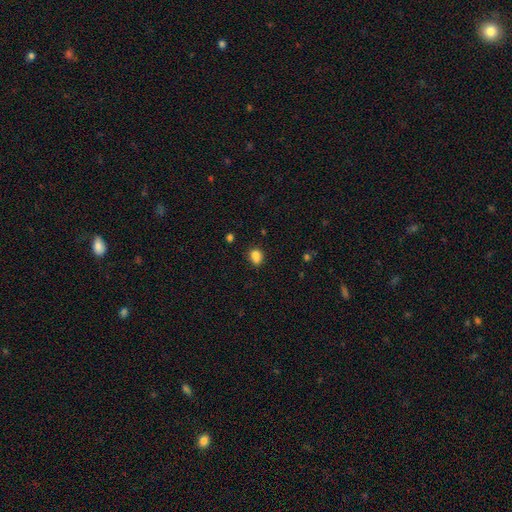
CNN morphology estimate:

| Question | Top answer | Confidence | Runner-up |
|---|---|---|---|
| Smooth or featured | smooth | 84% | star or artifact (11%) |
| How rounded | in between | 54% | round (45%) |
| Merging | none | 69% | minor disturbance (19%) |